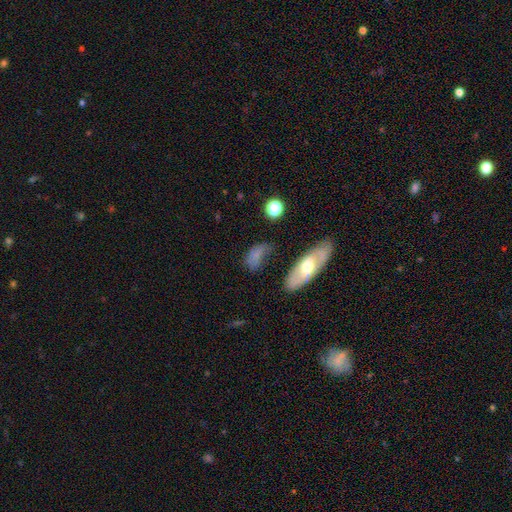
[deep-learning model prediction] smooth_or_featured: smooth (p=0.65) [alt: featured or disk p=0.23]
how_rounded: in between (p=0.78) [alt: cigar-shaped p=0.11]
merging: none (p=0.47) [alt: minor disturbance p=0.26]